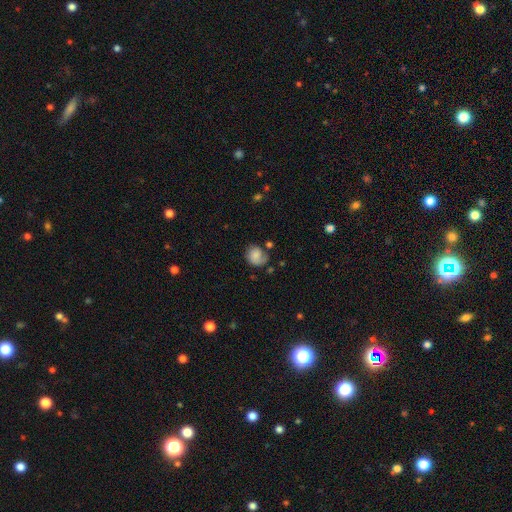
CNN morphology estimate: A smooth galaxy with no disk features (60%) that is round (68%).

Vote fractions:
- Smooth or featured? smooth: 60% / featured or disk: 31% / star or artifact: 9%
- How rounded? round: 68% / in between: 31% / cigar-shaped: 1%
- Merging? none: 52% / minor disturbance: 26% / major disturbance: 17% / merger: 5%